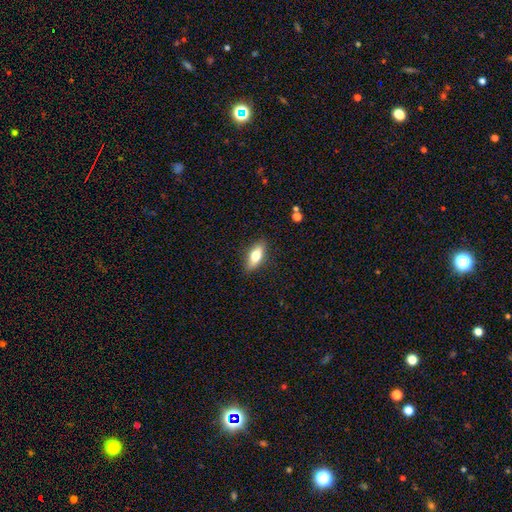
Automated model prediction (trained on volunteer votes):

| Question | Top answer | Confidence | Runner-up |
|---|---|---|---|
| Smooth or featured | smooth | 66% | featured or disk (27%) |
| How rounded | in between | 70% | cigar-shaped (26%) |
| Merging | none | 87% | minor disturbance (9%) |